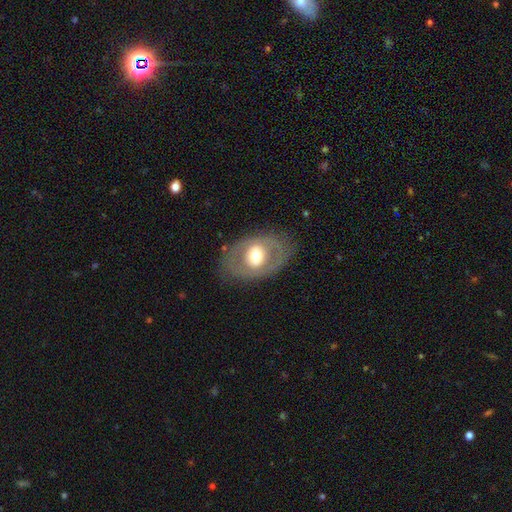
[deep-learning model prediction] featured or disk 51%, smooth 42%, star or artifact 6%. Down the decision tree: edge-on disk — no (91%); merging — none (77%).